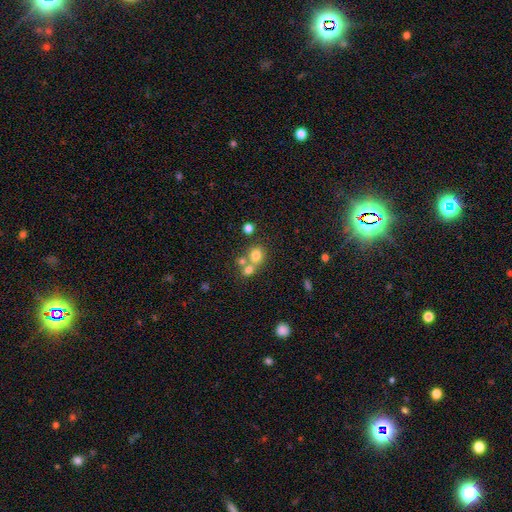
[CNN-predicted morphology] smooth-or-featured: smooth: 72% | star or artifact: 14% | featured or disk: 14%
  how-rounded: round: 74% | in between: 25% | cigar-shaped: 1%
  merging: merger: 47% | none: 42% | minor disturbance: 7% | major disturbance: 4%